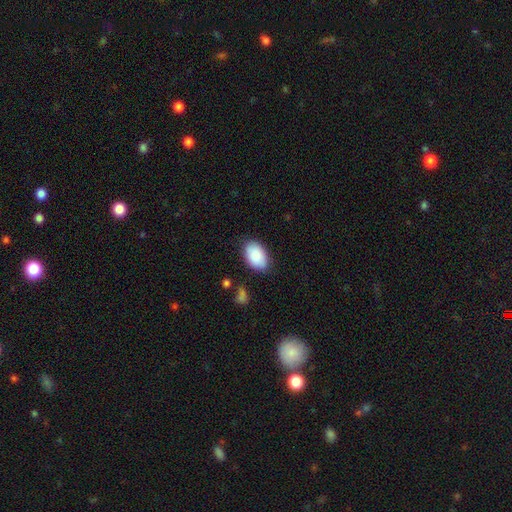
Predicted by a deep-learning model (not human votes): Smooth or featured? Predicted: smooth (p=0.86). How rounded? Predicted: in between (p=0.92). Merging? Predicted: none (p=0.82).